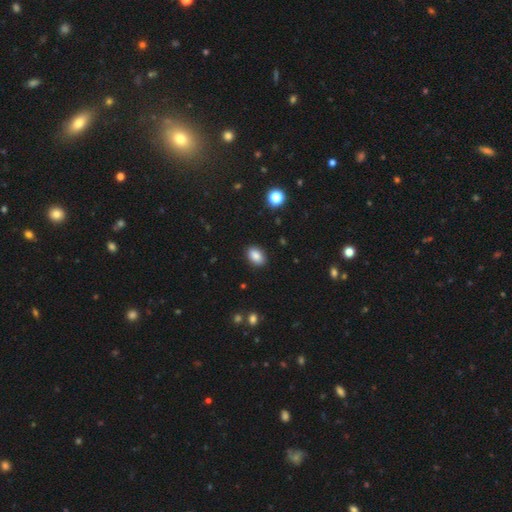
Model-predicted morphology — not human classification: type=smooth (86%); roundness=in between (84%); merging=none (88%).